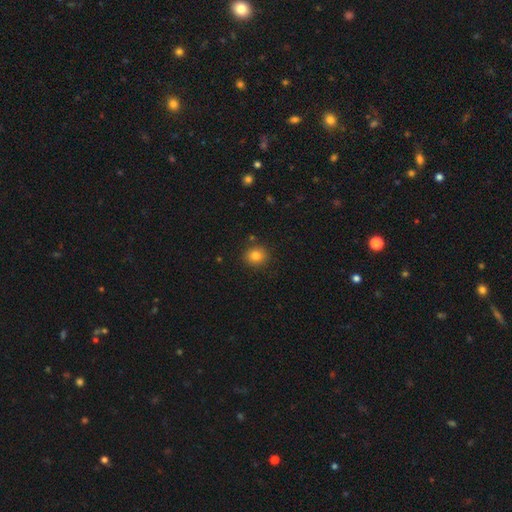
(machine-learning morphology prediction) Smooth or featured: smooth — 81% (star or artifact — 12%)
How rounded: round — 85% (in between — 14%)
Merging: none — 88% (minor disturbance — 8%)